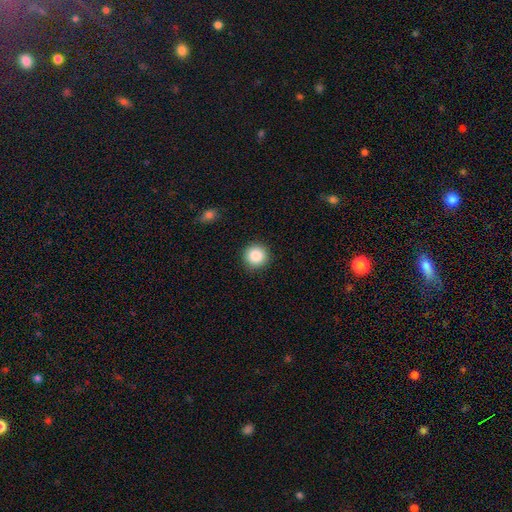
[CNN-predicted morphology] smooth 86%, star or artifact 9%, featured or disk 4%. Down the decision tree: how rounded — round (95%); merging — none (92%).